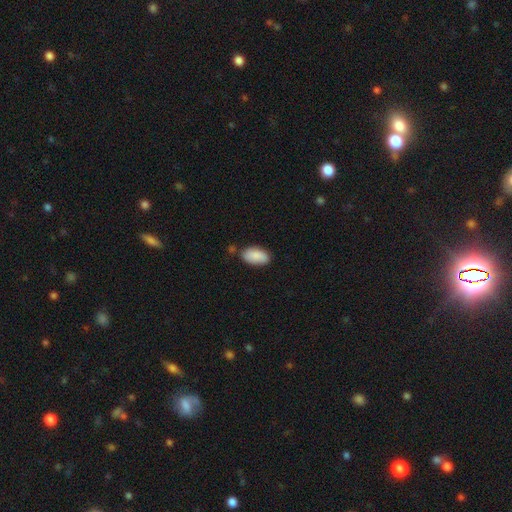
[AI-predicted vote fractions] The model was most divided on "merging": none: 75%, minor disturbance: 16%, merger: 5%, major disturbance: 3%. More confident: how rounded — in between (95%); smooth or featured — smooth (89%).